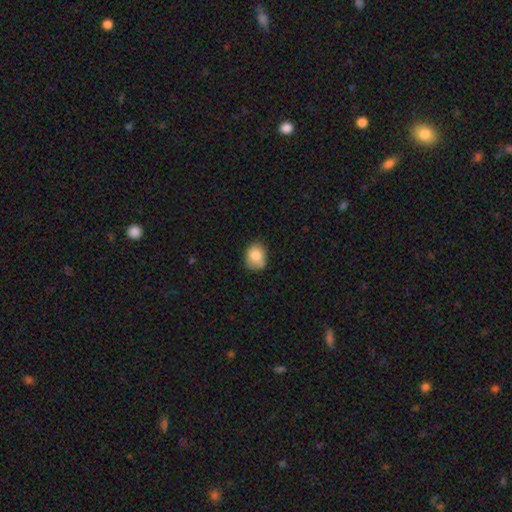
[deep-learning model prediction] Q: Smooth or featured?
A: smooth (82%); runner-up: featured or disk (9%)
Q: How rounded?
A: in between (50%); runner-up: round (49%)
Q: Merging?
A: none (61%); runner-up: minor disturbance (30%)